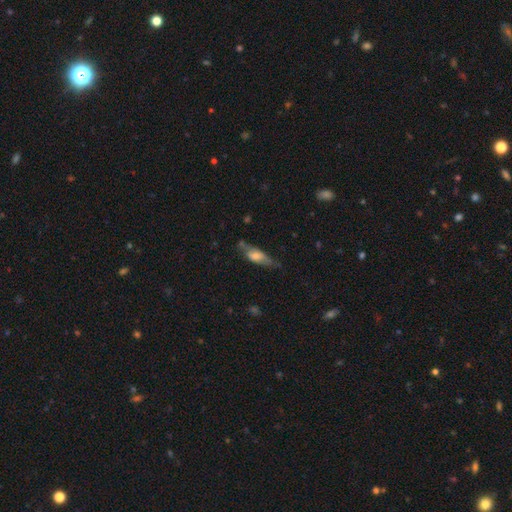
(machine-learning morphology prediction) smooth 54%, featured or disk 38%, star or artifact 8%. Down the decision tree: how rounded — in between (59%); merging — none (54%).